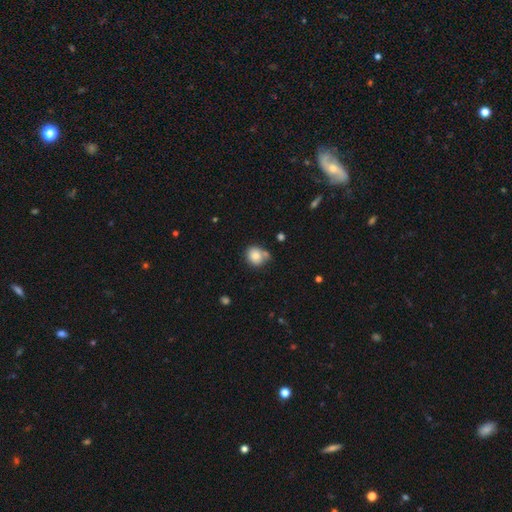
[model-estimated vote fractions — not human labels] This appears to be a smooth galaxy with no disk features (80%) that is round (71%). Merging: none (57%).